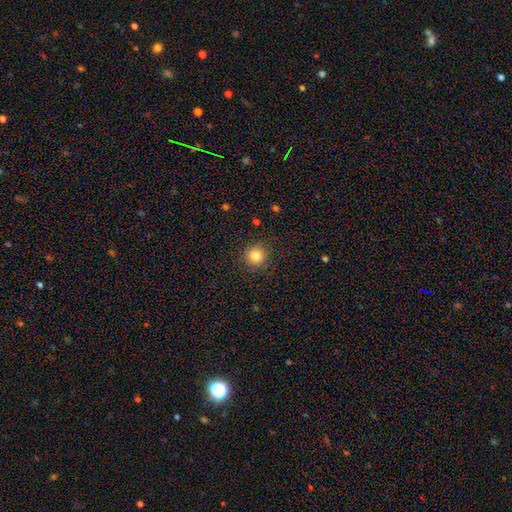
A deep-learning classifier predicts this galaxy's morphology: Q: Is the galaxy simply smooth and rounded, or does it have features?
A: smooth — 83%.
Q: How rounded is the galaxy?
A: round — 94%.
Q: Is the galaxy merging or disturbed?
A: none — 90%.